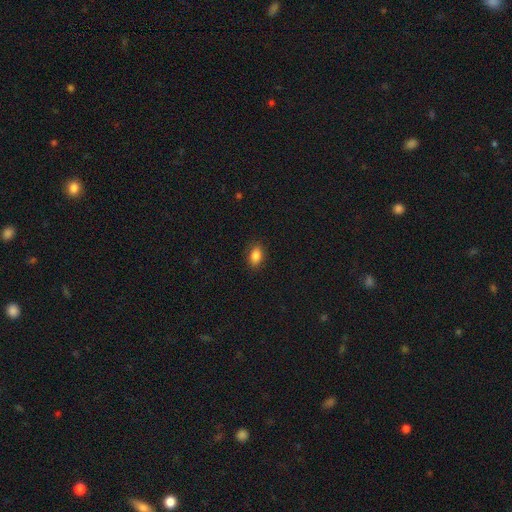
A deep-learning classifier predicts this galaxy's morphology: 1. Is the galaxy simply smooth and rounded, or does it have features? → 86% smooth, 9% star or artifact, 5% featured or disk.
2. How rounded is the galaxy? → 86% in between, 12% round, 2% cigar-shaped.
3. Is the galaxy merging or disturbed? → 87% none, 10% minor disturbance, 2% major disturbance, 1% merger.